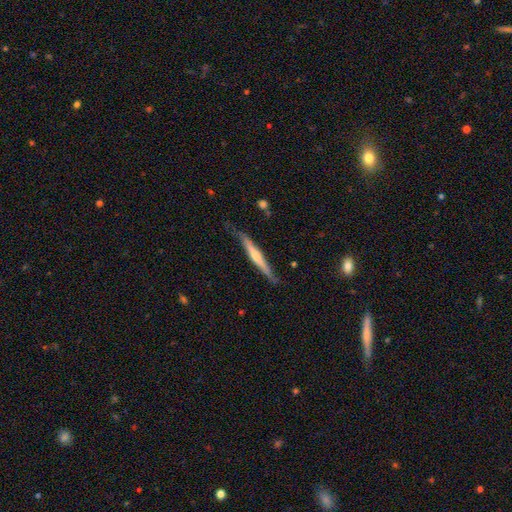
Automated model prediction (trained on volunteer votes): Smooth or featured? featured or disk (57%)
Edge-on disk? yes (95%)
Edge-on bulge? rounded (48%)
Merging? none (73%)